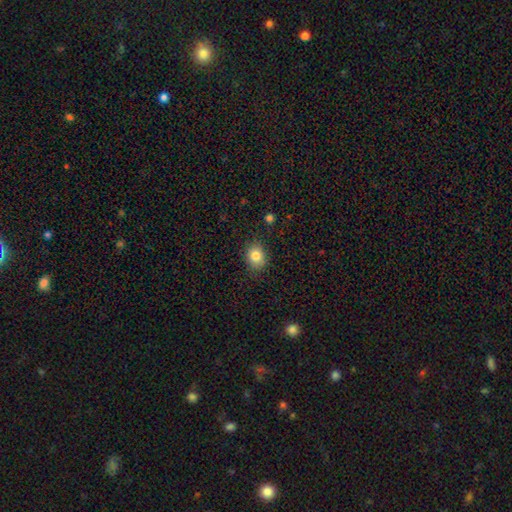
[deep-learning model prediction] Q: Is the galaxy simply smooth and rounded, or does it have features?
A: smooth — 83%.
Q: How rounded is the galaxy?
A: round — 56%.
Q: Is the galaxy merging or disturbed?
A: none — 85%.